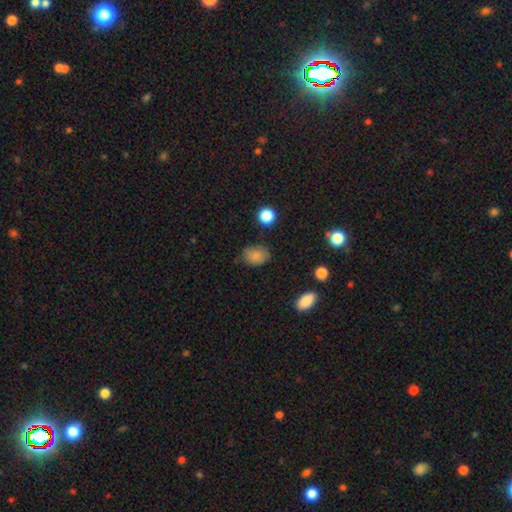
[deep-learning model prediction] Morphology: type=smooth (82%); roundness=in between (71%); merging=none (70%).